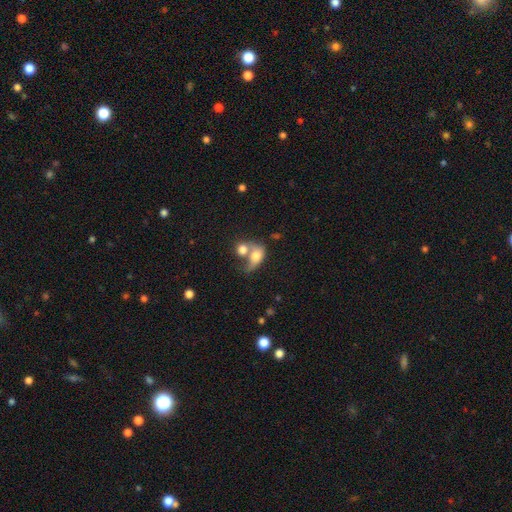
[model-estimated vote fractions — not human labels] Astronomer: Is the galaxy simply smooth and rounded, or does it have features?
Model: smooth — 69%.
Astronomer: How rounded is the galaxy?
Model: in between — 66%.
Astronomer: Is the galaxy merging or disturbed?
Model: merger — 64%.